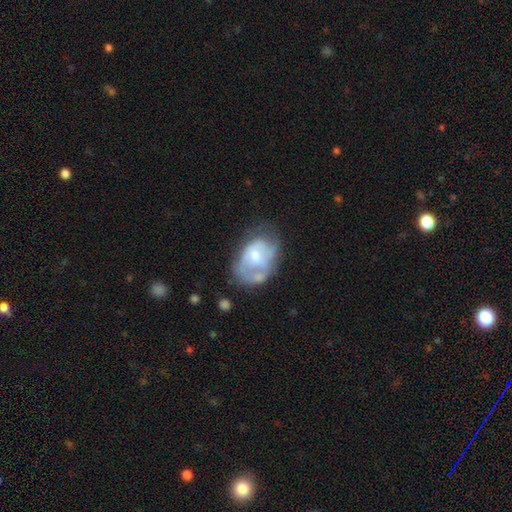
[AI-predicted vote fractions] Smooth or featured? Predicted: featured or disk (p=0.60). Edge-on disk? Predicted: no (p=0.97). Bar? Predicted: no (p=0.66). Spiral arms? Predicted: yes (p=0.56). Bulge size? Predicted: moderate (p=0.45). Merging? Predicted: none (p=0.39).